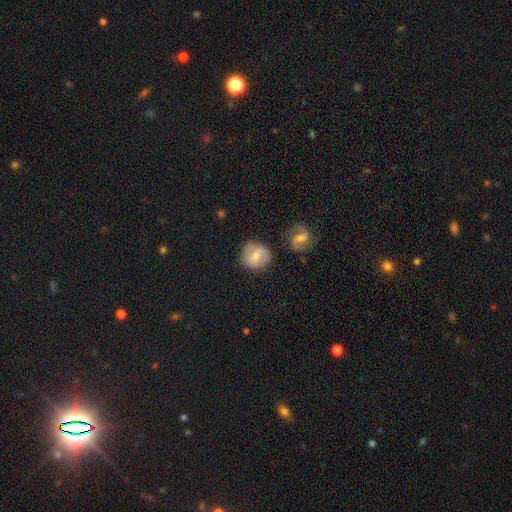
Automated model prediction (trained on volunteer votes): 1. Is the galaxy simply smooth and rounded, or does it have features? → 51% smooth, 41% featured or disk, 8% star or artifact.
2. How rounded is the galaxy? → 79% round, 20% in between, 1% cigar-shaped.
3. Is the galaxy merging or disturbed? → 71% none, 18% minor disturbance, 6% merger, 5% major disturbance.